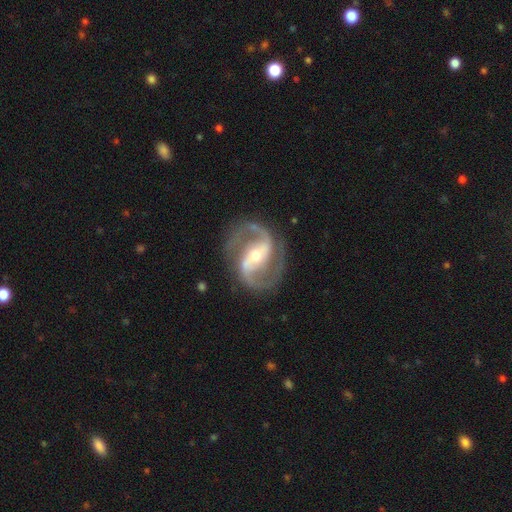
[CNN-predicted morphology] Smooth or featured?
  - featured or disk: 93% *
  - star or artifact: 4%
  - smooth: 3%
Edge-on disk?
  - no: 98% *
  - yes: 2%
Bar?
  - strong: 48% *
  - weak: 35%
  - no: 17%
Spiral arms?
  - yes: 98% *
  - no: 2%
Spiral winding?
  - medium: 63% *
  - tight: 18%
  - loose: 18%
Spiral arm count?
  - 2: 94% *
  - 3: 2%
  - can't tell: 2%
  - 1: 1%
  - 4: 1%
  - more than 4: 1%
Bulge size?
  - moderate: 54% *
  - small: 40%
  - large: 4%
  - none: 1%
  - dominant: 1%
Merging?
  - none: 83% *
  - minor disturbance: 11%
  - major disturbance: 5%
  - merger: 1%